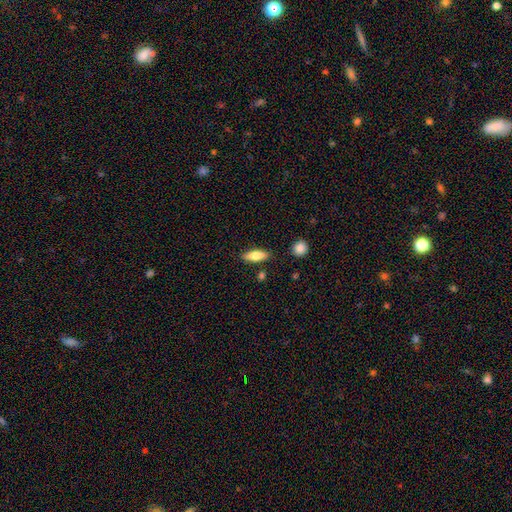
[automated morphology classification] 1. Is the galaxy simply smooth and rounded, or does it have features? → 68% smooth, 25% featured or disk, 7% star or artifact.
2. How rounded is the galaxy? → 58% in between, 39% cigar-shaped, 3% round.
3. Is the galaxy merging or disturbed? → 84% none, 11% minor disturbance, 3% merger, 3% major disturbance.